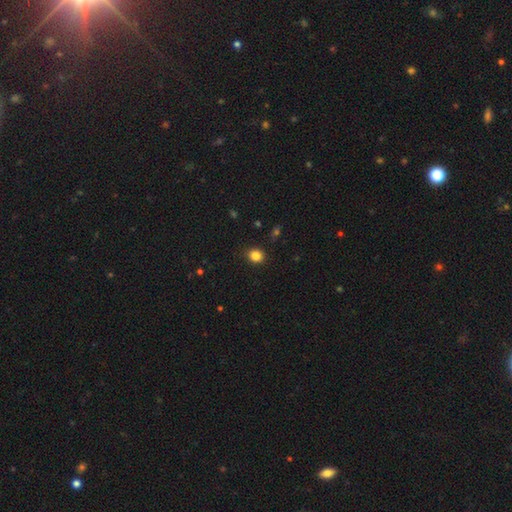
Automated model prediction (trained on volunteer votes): Smooth or featured?
  - smooth: 84% *
  - star or artifact: 12%
  - featured or disk: 4%
How rounded?
  - round: 76% *
  - in between: 24%
  - cigar-shaped: 1%
Merging?
  - none: 88% *
  - minor disturbance: 9%
  - major disturbance: 2%
  - merger: 1%